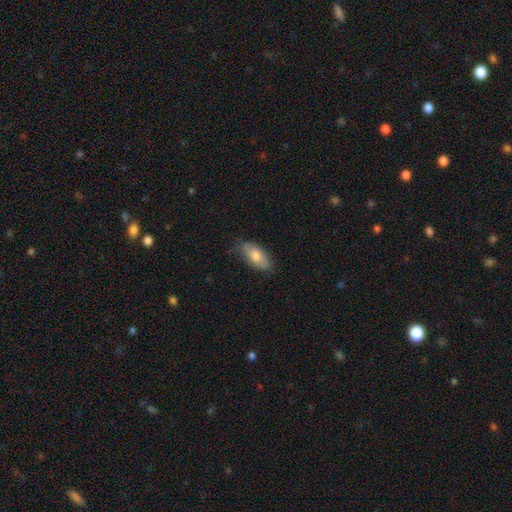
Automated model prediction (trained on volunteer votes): smooth 73%, featured or disk 21%, star or artifact 6%. Down the decision tree: how rounded — in between (86%); merging — none (73%).